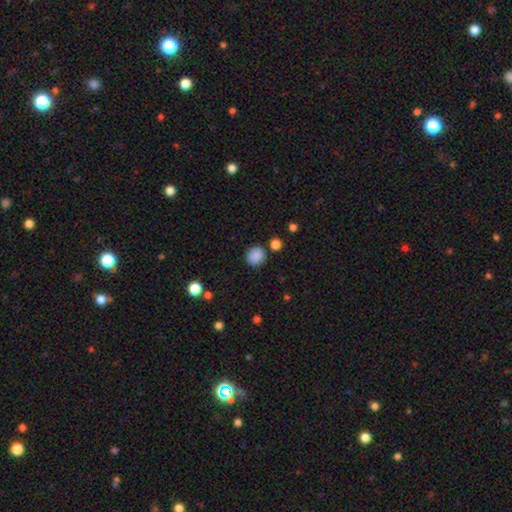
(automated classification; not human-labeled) This is clearly a smooth galaxy (87%). How rounded: clearly round (82%). Merging: clearly none (83%).